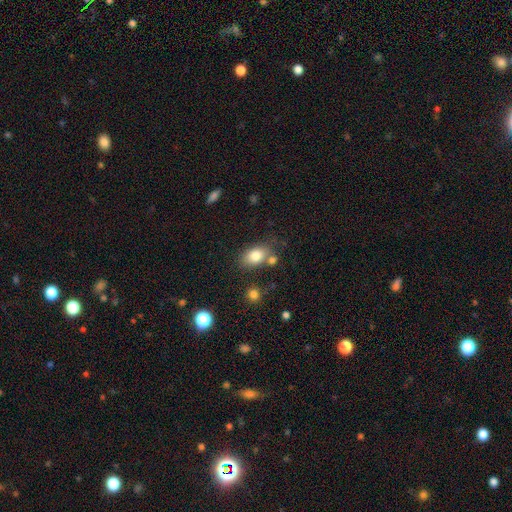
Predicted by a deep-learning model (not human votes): A smooth galaxy with no disk features (81%) that is in between round and cigar-shaped (84%).

Vote fractions:
- Smooth or featured? smooth: 81% / featured or disk: 10% / star or artifact: 9%
- How rounded? in between: 84% / round: 15% / cigar-shaped: 2%
- Merging? none: 64% / minor disturbance: 16% / merger: 16% / major disturbance: 5%